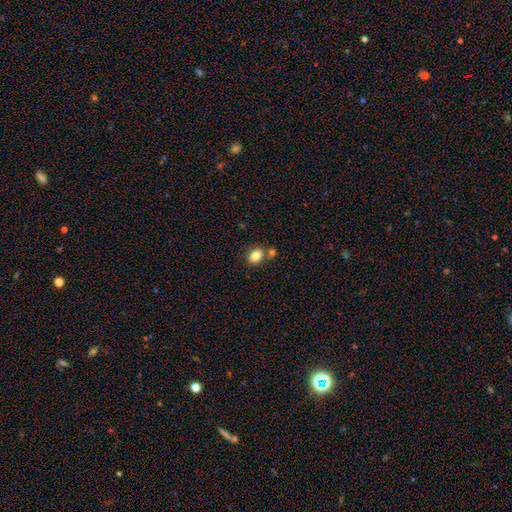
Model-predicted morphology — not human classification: A smooth galaxy with no disk features (84%) that is in between round and cigar-shaped (58%). Merging: none (63%).